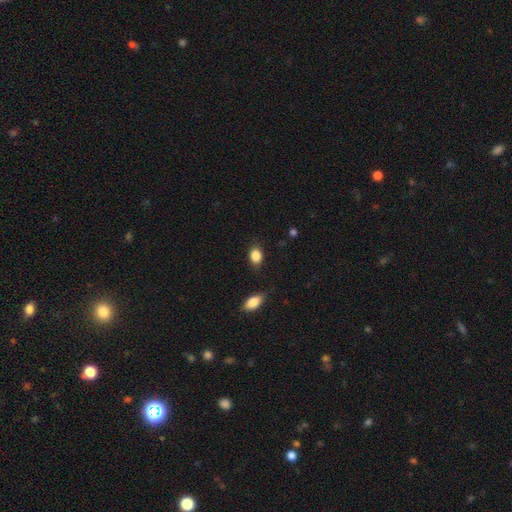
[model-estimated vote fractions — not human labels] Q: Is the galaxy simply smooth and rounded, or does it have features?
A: smooth — 87%.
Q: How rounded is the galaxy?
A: in between — 68%.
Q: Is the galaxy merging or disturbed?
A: none — 81%.